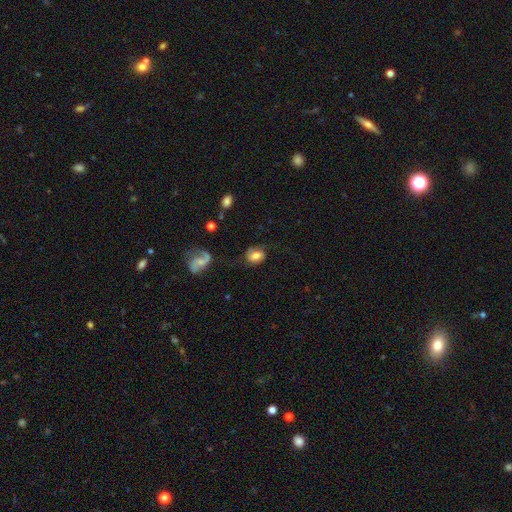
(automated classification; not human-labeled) Morphology: type=smooth (57%); roundness=in between (68%); merging=none (57%).